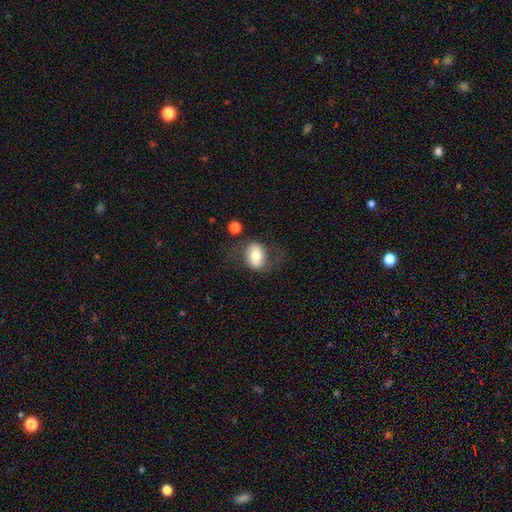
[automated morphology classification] smooth-or-featured: smooth: 63% | featured or disk: 29% | star or artifact: 8%
  how-rounded: in between: 62% | round: 36% | cigar-shaped: 1%
  merging: none: 64% | minor disturbance: 19% | major disturbance: 13% | merger: 4%